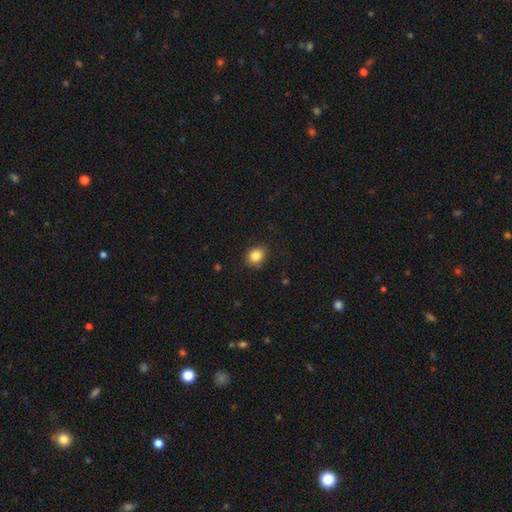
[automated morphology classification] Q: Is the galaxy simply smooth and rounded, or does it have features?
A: smooth — 84%.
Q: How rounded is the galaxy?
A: round — 60%.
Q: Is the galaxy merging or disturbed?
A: none — 86%.